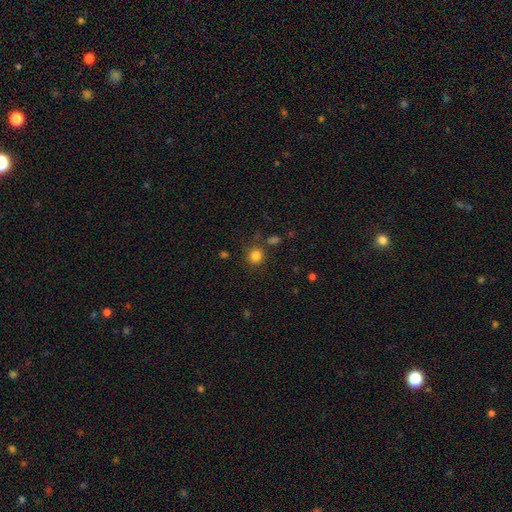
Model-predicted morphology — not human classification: Smooth or featured? smooth (82%)
How rounded? round (89%)
Merging? none (82%)